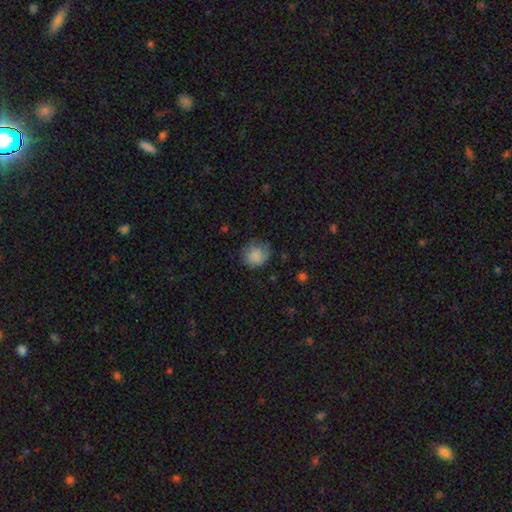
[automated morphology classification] Smooth or featured: smooth — 86% (star or artifact — 8%)
How rounded: round — 83% (in between — 16%)
Merging: none — 71% (minor disturbance — 22%)